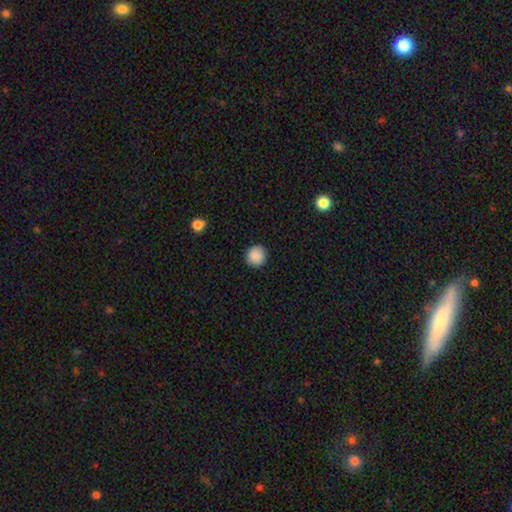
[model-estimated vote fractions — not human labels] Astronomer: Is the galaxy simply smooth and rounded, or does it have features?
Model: smooth — 89%.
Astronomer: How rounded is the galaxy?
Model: round — 92%.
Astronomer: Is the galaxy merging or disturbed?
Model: none — 91%.